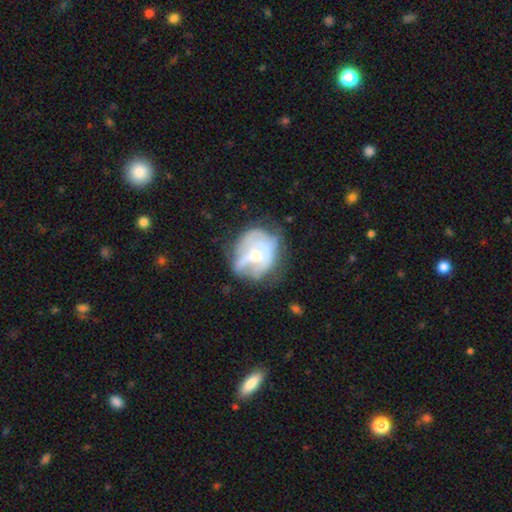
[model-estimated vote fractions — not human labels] Smooth or featured? featured or disk (63%)
Edge-on disk? no (96%)
Bar? no (69%)
Spiral arms? no (52%)
Bulge size? small (49%)
Merging? none (43%)